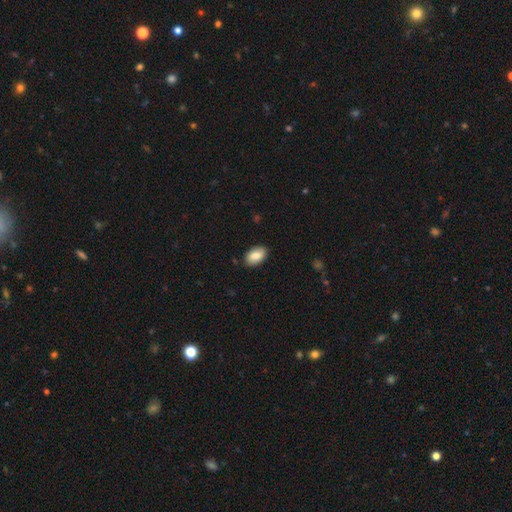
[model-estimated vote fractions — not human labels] A smooth galaxy with no disk features (85%) that is in between round and cigar-shaped (93%). Merging: none (86%).